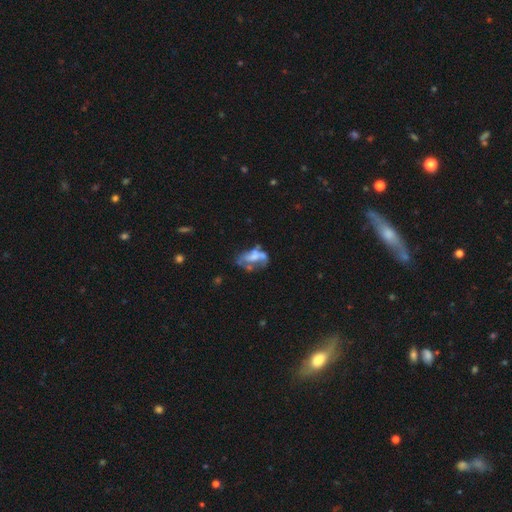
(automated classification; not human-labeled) Smooth or featured? Predicted: featured or disk (p=0.53). Edge-on disk? Predicted: no (p=0.96). Bar? Predicted: no (p=0.82). Spiral arms? Predicted: no (p=0.85). Bulge size? Predicted: none (p=0.52). Merging? Predicted: major disturbance (p=0.29).